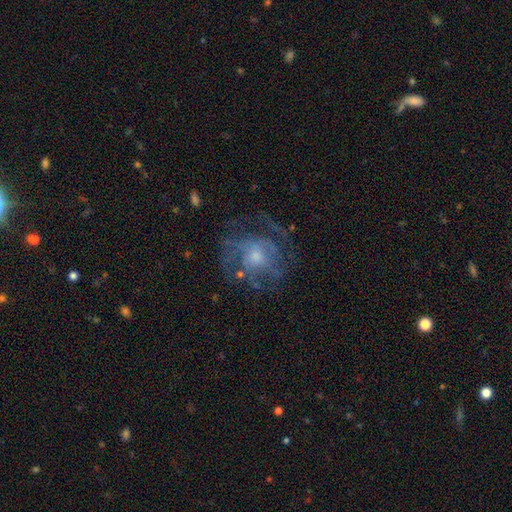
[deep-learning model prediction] A featured or disk galaxy (68%) with no bar (77%), spiral arms (66%) and a small central bulge (45%). Merging: none (59%).